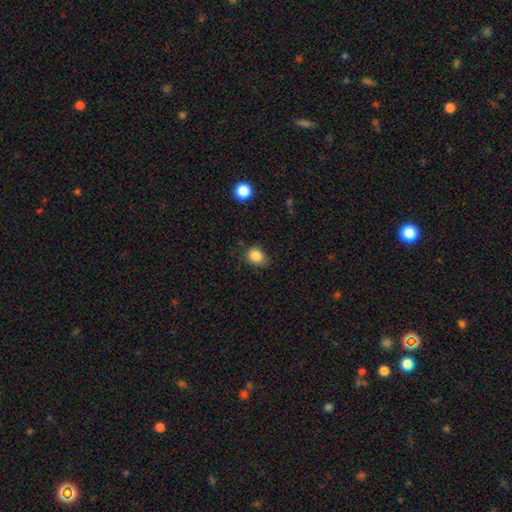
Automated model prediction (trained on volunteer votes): This is clearly a smooth galaxy (85%). How rounded: possibly round (57%). Merging: likely none (71%).